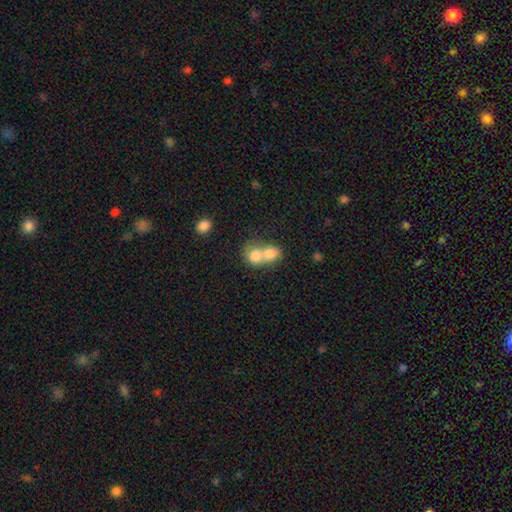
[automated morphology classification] Q: Smooth or featured?
A: smooth (75%); runner-up: featured or disk (16%)
Q: How rounded?
A: round (60%); runner-up: in between (39%)
Q: Merging?
A: merger (75%); runner-up: none (17%)